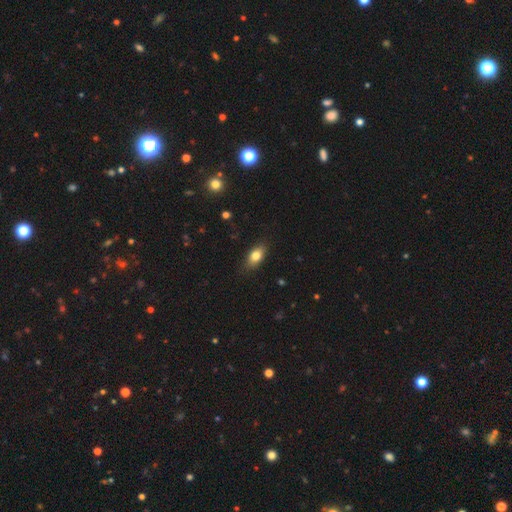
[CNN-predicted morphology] A smooth galaxy with no disk features (79%) that is in between round and cigar-shaped (85%). Merging: none (82%).